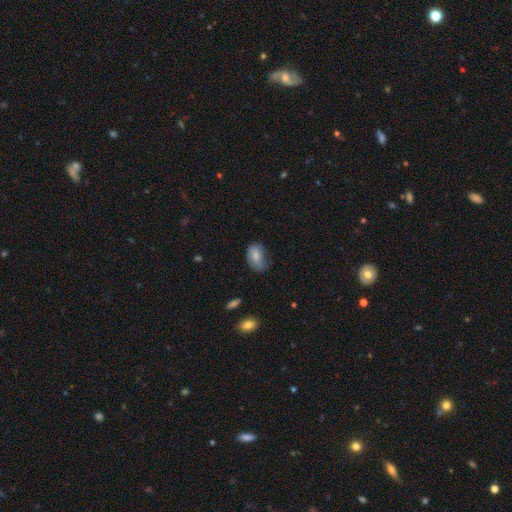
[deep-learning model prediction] Smooth or featured: smooth — 73% (featured or disk — 19%)
How rounded: in between — 88% (round — 10%)
Merging: none — 49% (minor disturbance — 36%)